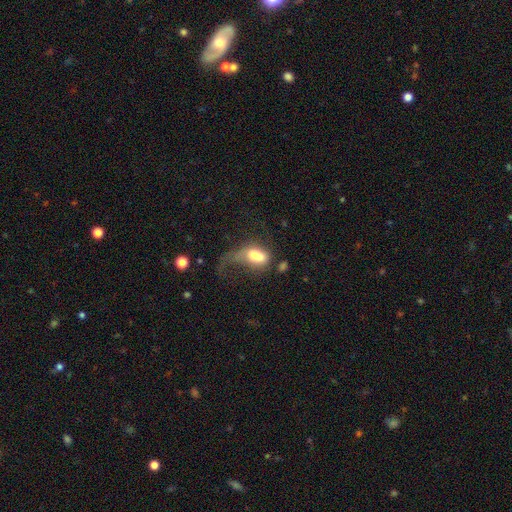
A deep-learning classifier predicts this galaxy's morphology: smooth_or_featured: smooth (p=0.60) [alt: featured or disk p=0.31]
how_rounded: in between (p=0.83) [alt: round p=0.11]
merging: major disturbance (p=0.51) [alt: merger p=0.19]